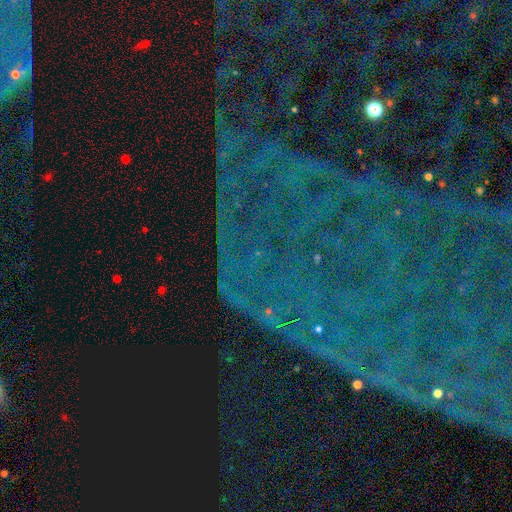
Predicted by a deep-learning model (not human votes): Morphology: type=star or artifact (85%).